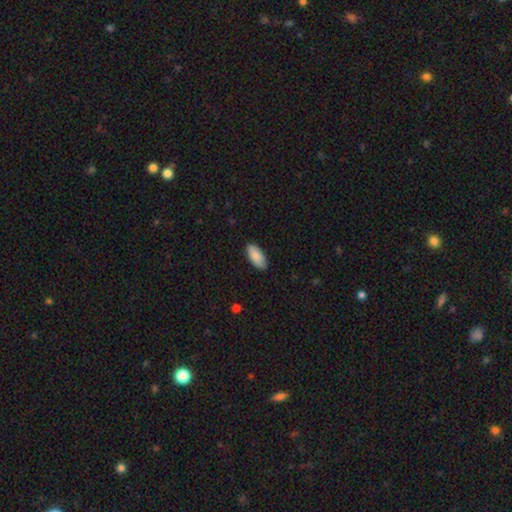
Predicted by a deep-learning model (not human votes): A smooth galaxy with no disk features (89%) that is in between round and cigar-shaped (89%).

Vote fractions:
- Smooth or featured? smooth: 89% / featured or disk: 6% / star or artifact: 6%
- How rounded? in between: 89% / cigar-shaped: 10% / round: 2%
- Merging? none: 88% / minor disturbance: 10% / major disturbance: 2% / merger: 1%